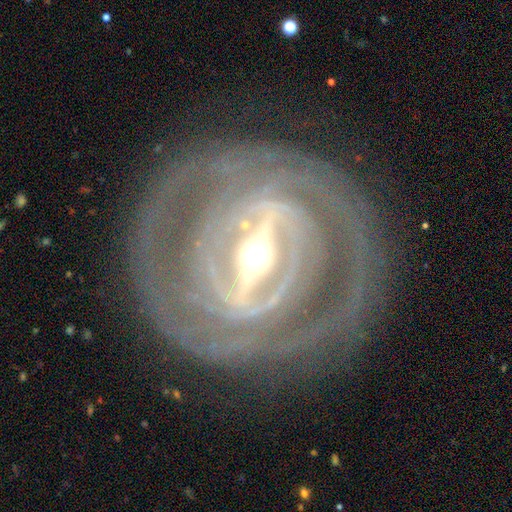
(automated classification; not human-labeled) A featured or disk galaxy (90%) with a strong bar (80%), can't tell (29%, tied with 2) tight (80%) spiral arms (89%) and a moderate central bulge (65%). Merging: none (81%).